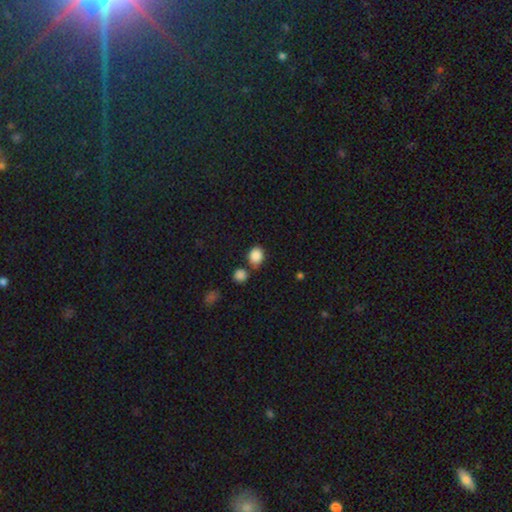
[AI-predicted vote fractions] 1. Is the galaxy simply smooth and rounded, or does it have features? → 87% smooth, 9% star or artifact, 4% featured or disk.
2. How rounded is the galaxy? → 64% round, 35% in between, 1% cigar-shaped.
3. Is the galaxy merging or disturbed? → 64% none, 19% merger, 14% minor disturbance, 4% major disturbance.